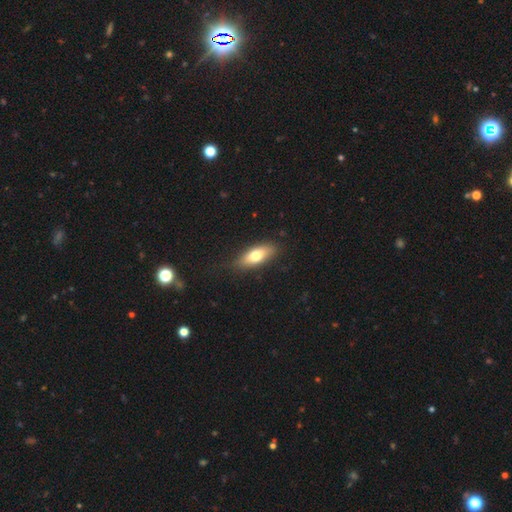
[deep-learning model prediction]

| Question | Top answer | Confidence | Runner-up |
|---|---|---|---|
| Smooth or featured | smooth | 69% | featured or disk (25%) |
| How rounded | in between | 70% | cigar-shaped (26%) |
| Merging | none | 83% | minor disturbance (13%) |